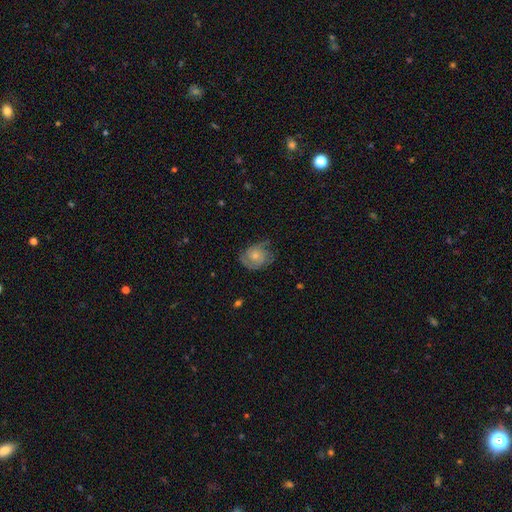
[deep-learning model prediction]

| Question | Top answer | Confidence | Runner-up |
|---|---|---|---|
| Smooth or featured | featured or disk | 64% | smooth (29%) |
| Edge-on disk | no | 98% | yes (2%) |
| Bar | no | 80% | weak (17%) |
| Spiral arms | yes | 87% | no (13%) |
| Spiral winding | tight | 46% | medium (39%) |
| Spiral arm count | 2 | 44% | can't tell (26%) |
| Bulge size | small | 57% | moderate (35%) |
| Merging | none | 60% | minor disturbance (25%) |